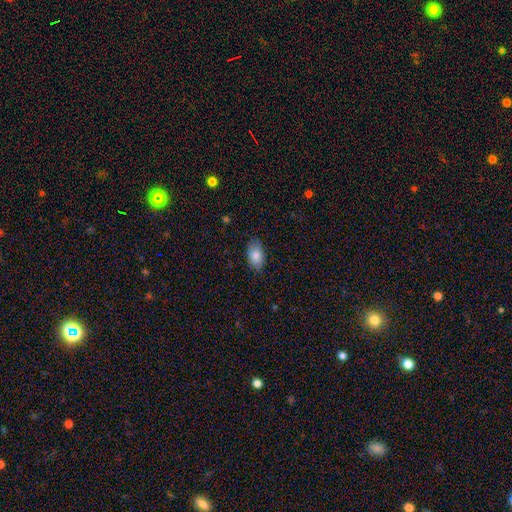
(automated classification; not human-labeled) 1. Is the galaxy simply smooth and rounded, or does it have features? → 84% smooth, 9% featured or disk, 7% star or artifact.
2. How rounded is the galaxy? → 92% in between, 6% round, 2% cigar-shaped.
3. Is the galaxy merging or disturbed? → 82% none, 14% minor disturbance, 3% major disturbance, 1% merger.